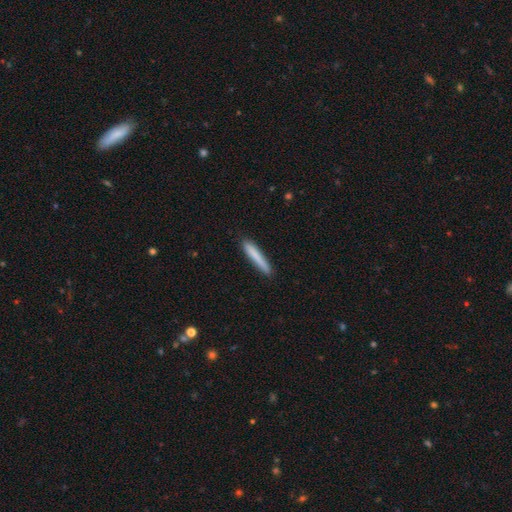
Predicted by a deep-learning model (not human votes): Overall: smooth (80%). How rounded: cigar-shaped (95%). Merging: none (88%).